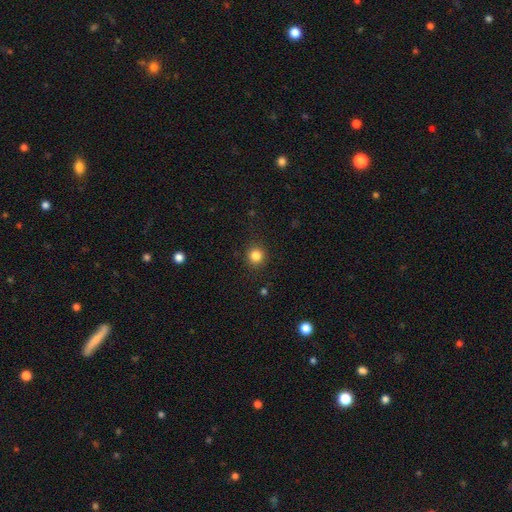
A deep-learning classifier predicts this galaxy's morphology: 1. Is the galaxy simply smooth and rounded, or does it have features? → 84% smooth, 12% star or artifact, 4% featured or disk.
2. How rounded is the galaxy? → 93% round, 6% in between, 1% cigar-shaped.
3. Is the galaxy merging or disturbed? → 91% none, 6% minor disturbance, 2% major disturbance, 1% merger.